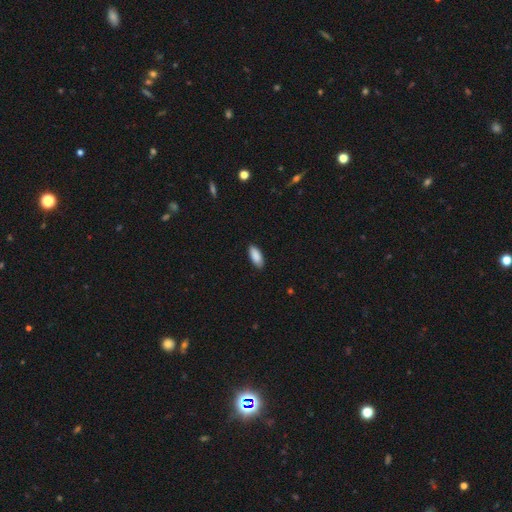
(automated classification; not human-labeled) Q: Smooth or featured?
A: smooth (90%); runner-up: star or artifact (6%)
Q: How rounded?
A: in between (85%); runner-up: cigar-shaped (14%)
Q: Merging?
A: none (87%); runner-up: minor disturbance (10%)